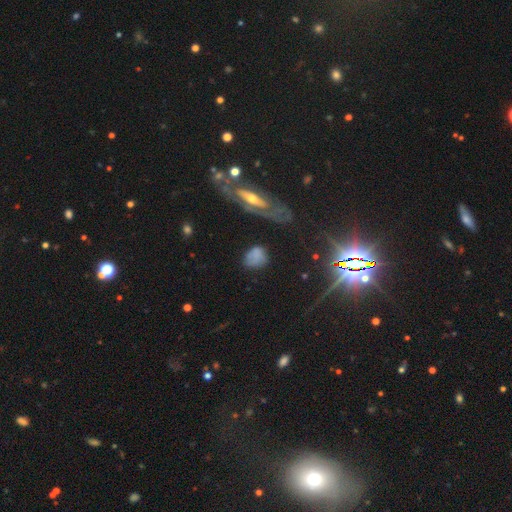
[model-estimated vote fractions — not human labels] smooth-or-featured: smooth: 68% | featured or disk: 19% | star or artifact: 12%
  how-rounded: in between: 53% | round: 43% | cigar-shaped: 3%
  merging: none: 59% | minor disturbance: 24% | major disturbance: 12% | merger: 5%